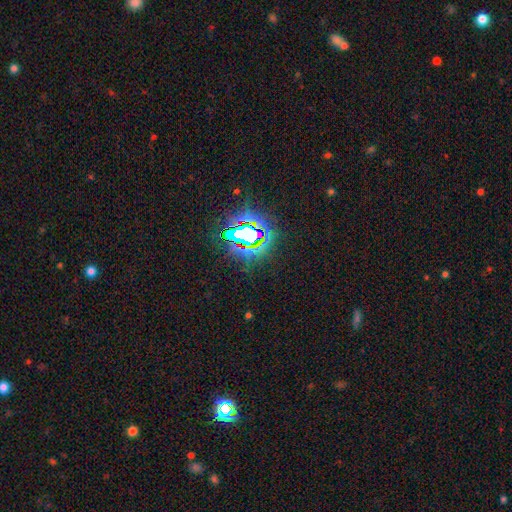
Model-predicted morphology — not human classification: star or artifact 82%, smooth 11%, featured or disk 7%.